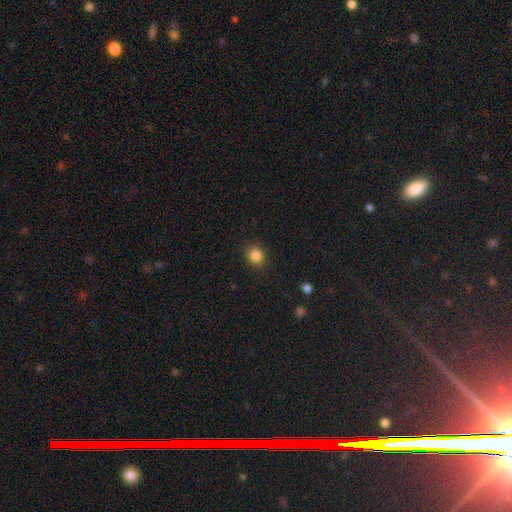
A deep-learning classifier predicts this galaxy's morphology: A smooth galaxy with no disk features (86%) that is round (68%).

Vote fractions:
- Smooth or featured? smooth: 86% / star or artifact: 10% / featured or disk: 4%
- How rounded? round: 68% / in between: 31% / cigar-shaped: 1%
- Merging? none: 88% / minor disturbance: 9% / major disturbance: 3% / merger: 1%